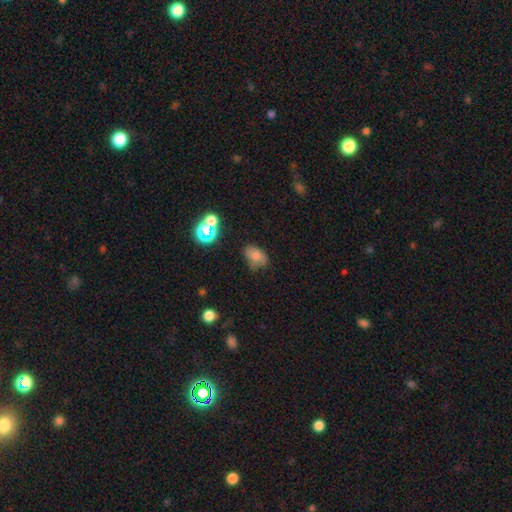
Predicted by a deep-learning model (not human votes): Smooth or featured? smooth (67%)
How rounded? in between (79%)
Merging? none (57%)